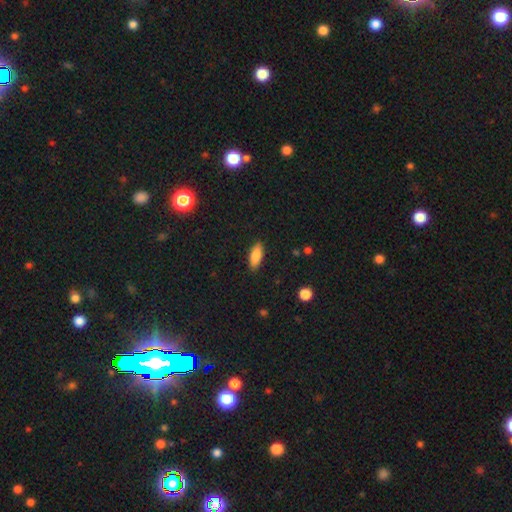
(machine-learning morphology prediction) type=smooth (84%); roundness=in between (74%); merging=none (88%).